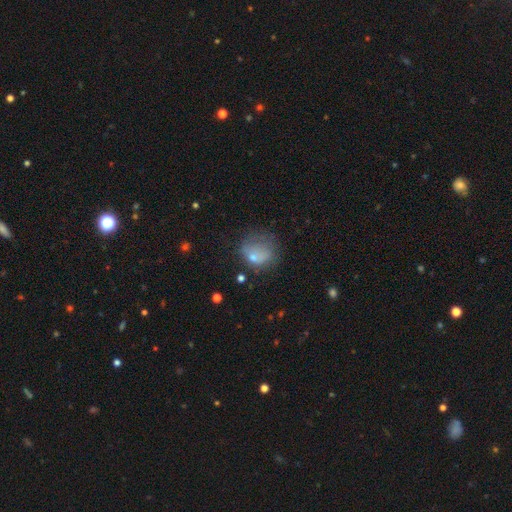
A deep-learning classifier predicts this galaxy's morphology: Smooth or featured? smooth (66%)
How rounded? round (56%)
Merging? major disturbance (38%)